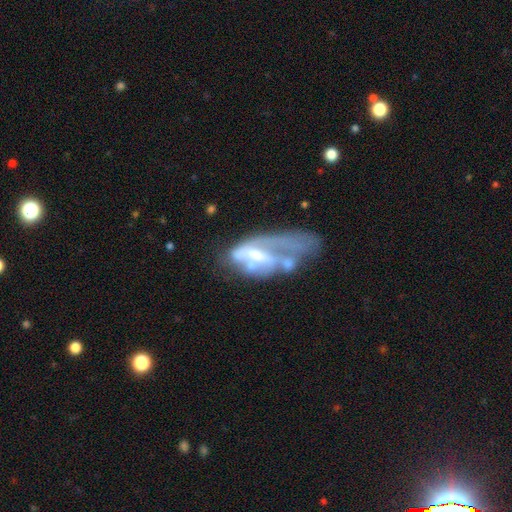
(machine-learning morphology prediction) Smooth or featured: featured or disk — 66% (smooth — 25%)
Edge-on disk: no — 92% (yes — 8%)
Bar: no — 48% (weak — 33%)
Spiral arms: no — 56% (yes — 44%)
Bulge size: moderate — 47% (small — 31%)
Merging: major disturbance — 42% (merger — 29%)